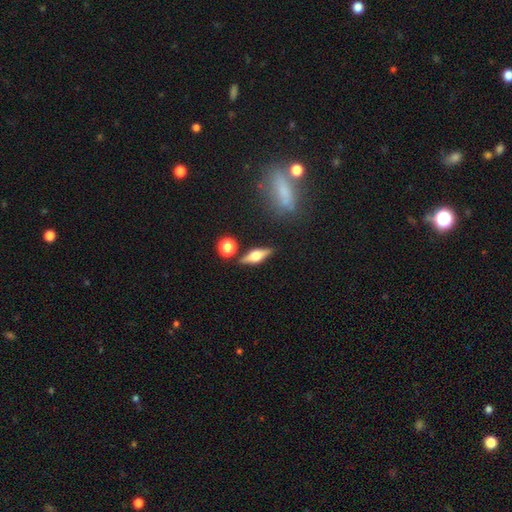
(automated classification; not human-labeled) smooth_or_featured: featured or disk (p=0.59) [alt: smooth p=0.33]
disk_edge_on: yes (p=0.93) [alt: no p=0.07]
edge_on_bulge: rounded (p=0.92) [alt: boxy p=0.06]
merging: none (p=0.82) [alt: minor disturbance p=0.10]